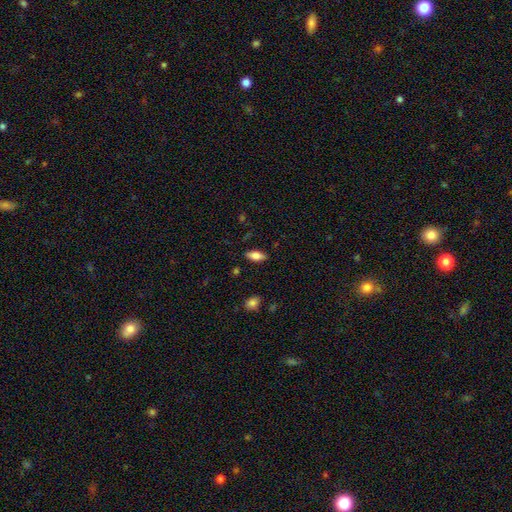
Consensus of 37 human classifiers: This is likely a smooth galaxy (68%). How rounded: clearly in between (84%). Merging: clearly none (89%).